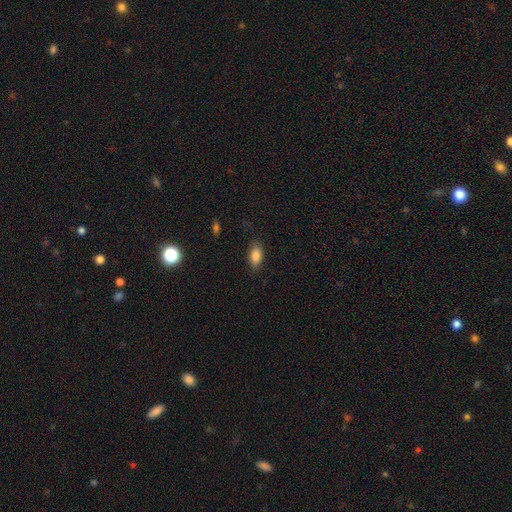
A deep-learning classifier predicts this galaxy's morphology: Smooth or featured? smooth (86%)
How rounded? in between (89%)
Merging? none (81%)